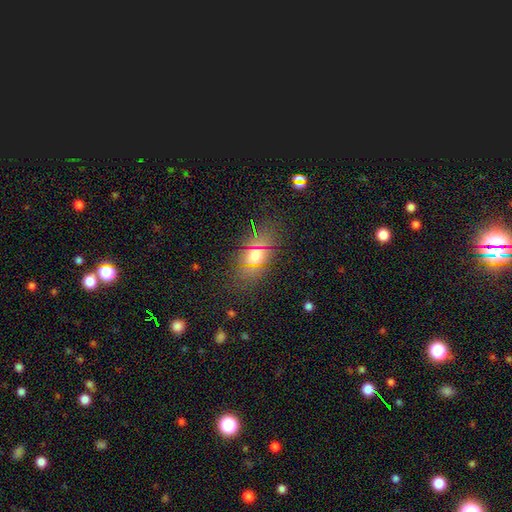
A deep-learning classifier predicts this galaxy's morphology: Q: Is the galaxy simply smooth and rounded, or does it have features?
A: smooth — 60%.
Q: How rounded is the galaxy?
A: in between — 76%.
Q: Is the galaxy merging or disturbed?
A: none — 81%.